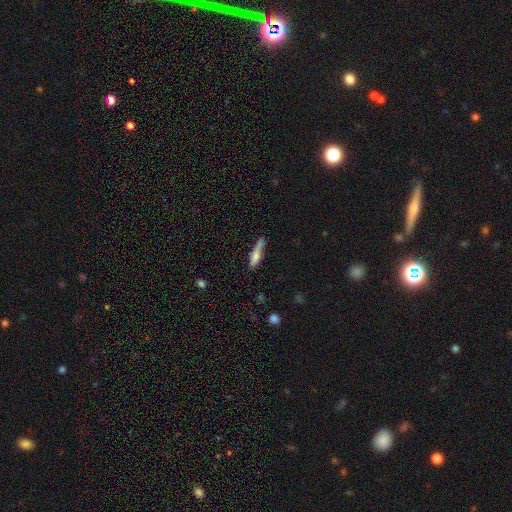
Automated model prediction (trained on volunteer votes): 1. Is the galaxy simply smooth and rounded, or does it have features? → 66% smooth, 28% featured or disk, 7% star or artifact.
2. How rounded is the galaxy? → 81% cigar-shaped, 17% in between, 2% round.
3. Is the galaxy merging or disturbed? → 59% none, 27% minor disturbance, 8% major disturbance, 6% merger.